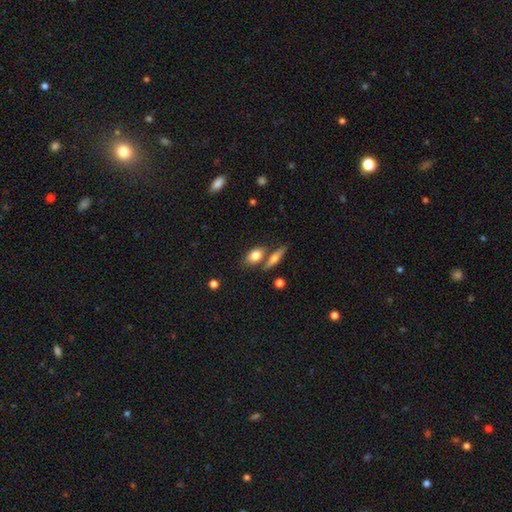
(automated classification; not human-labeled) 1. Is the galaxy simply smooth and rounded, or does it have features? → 77% smooth, 16% featured or disk, 8% star or artifact.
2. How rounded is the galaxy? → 78% in between, 13% round, 9% cigar-shaped.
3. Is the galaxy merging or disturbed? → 57% none, 27% merger, 12% minor disturbance, 4% major disturbance.